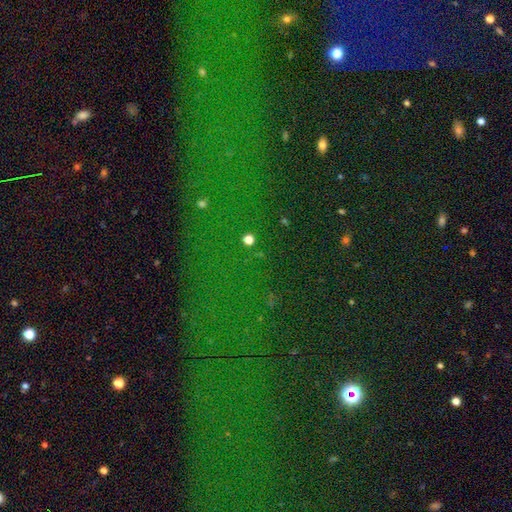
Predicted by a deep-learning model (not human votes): Q: Smooth or featured?
A: star or artifact (77%); runner-up: smooth (12%)